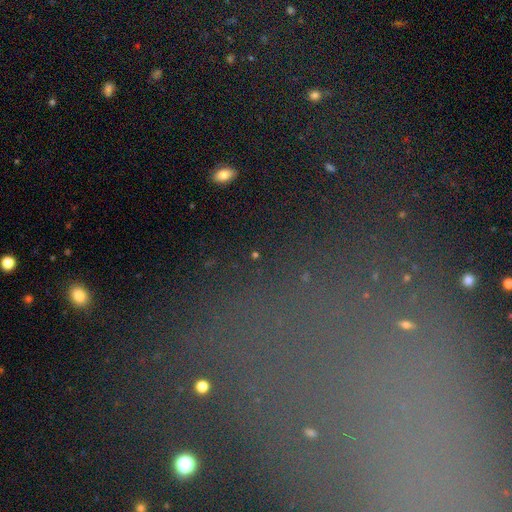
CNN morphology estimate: smooth_or_featured: star or artifact (p=0.57) [alt: smooth p=0.29]